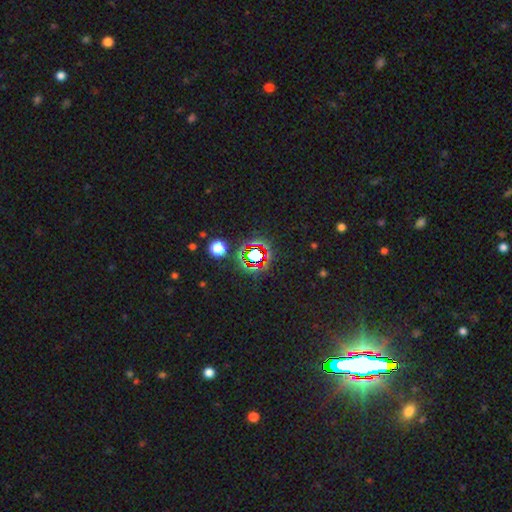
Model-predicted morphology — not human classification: A star or artifact, not a galaxy (72%).

Vote fractions:
- Smooth or featured? star or artifact: 72% / smooth: 18% / featured or disk: 10%